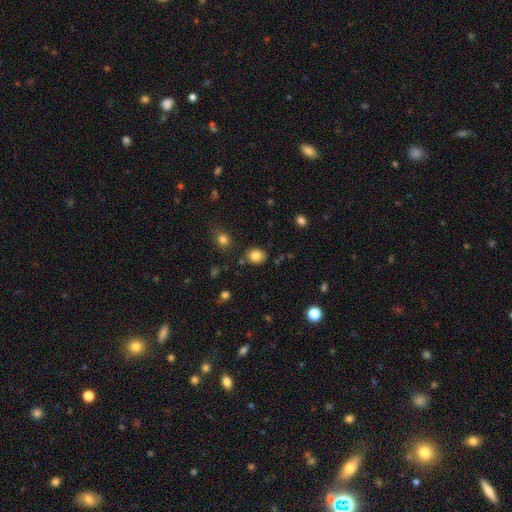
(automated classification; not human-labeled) smooth-or-featured: smooth: 83% | star or artifact: 10% | featured or disk: 7%
  how-rounded: round: 70% | in between: 29% | cigar-shaped: 1%
  merging: none: 85% | minor disturbance: 9% | merger: 4% | major disturbance: 3%